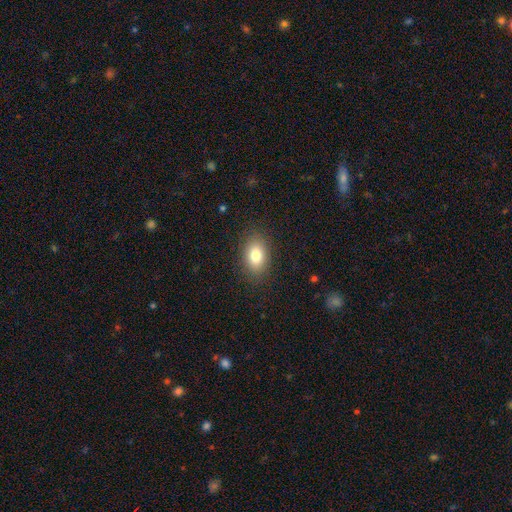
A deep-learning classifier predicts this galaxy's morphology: Overall: smooth (81%). How rounded: in between (83%). Merging: none (87%).